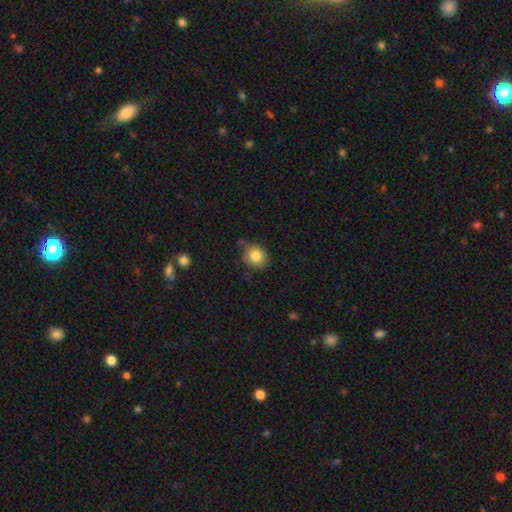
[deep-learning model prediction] smooth 82%, star or artifact 9%, featured or disk 8%. Down the decision tree: how rounded — round (66%); merging — none (75%).